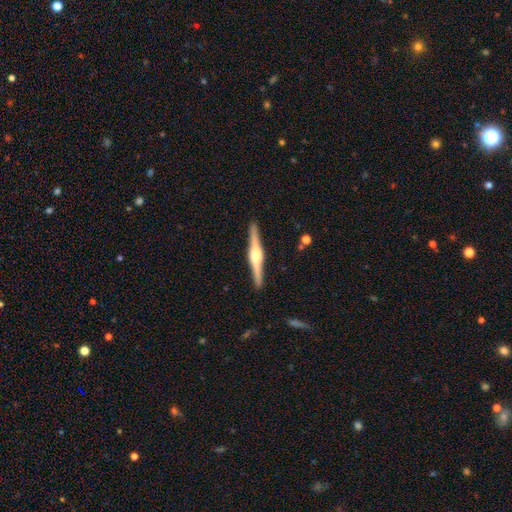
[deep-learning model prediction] A featured or disk galaxy (81%) viewed edge-on (98%) with a rounded central bulge (87%).

Vote fractions:
- Smooth or featured? featured or disk: 81% / smooth: 14% / star or artifact: 5%
- Edge-on disk? yes: 98% / no: 2%
- Edge-on bulge? rounded: 87% / boxy: 10% / none: 3%
- Merging? none: 92% / minor disturbance: 6% / major disturbance: 1% / merger: 1%